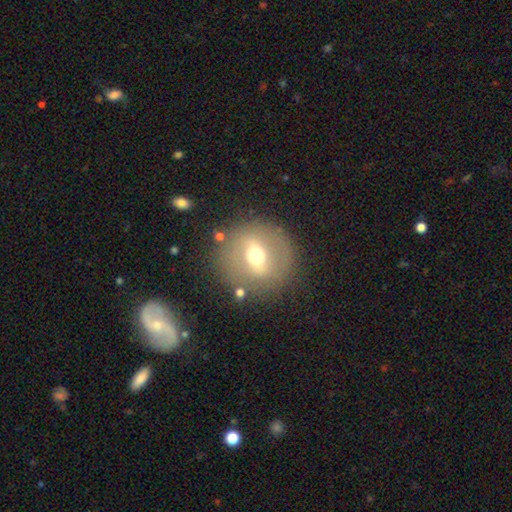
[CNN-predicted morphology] Smooth or featured? featured or disk (52%)
Edge-on disk? no (85%)
Merging? none (82%)